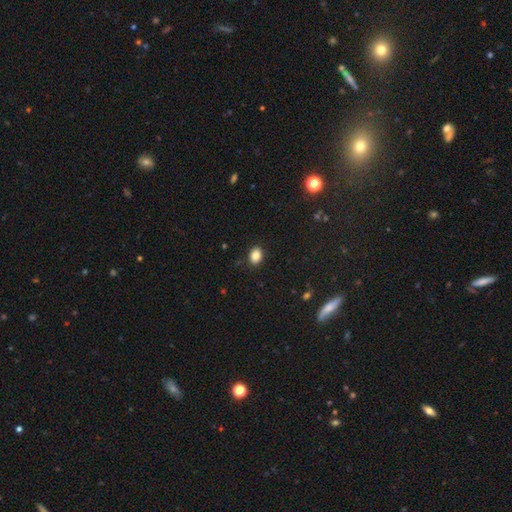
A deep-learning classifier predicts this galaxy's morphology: The model was most divided on "how rounded": in between: 70%, round: 29%, cigar-shaped: 1%. More confident: merging — none (88%); smooth or featured — smooth (84%).